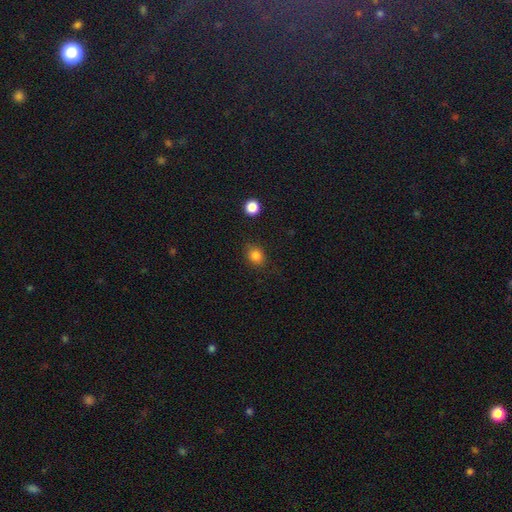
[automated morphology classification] smooth 83%, star or artifact 12%, featured or disk 5%. Down the decision tree: how rounded — round (58%); merging — none (83%).